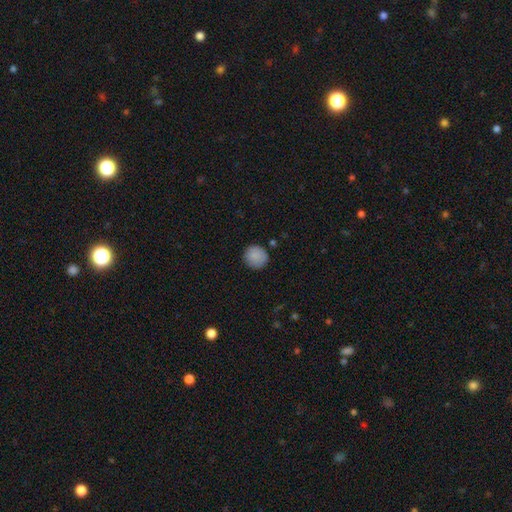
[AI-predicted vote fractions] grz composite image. It shows a smooth galaxy with no disk features (87%) that is round (92%). Merging: none (85%).